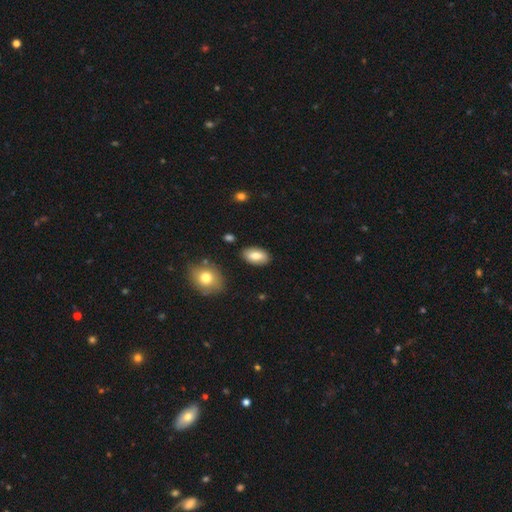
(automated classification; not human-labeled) smooth_or_featured: smooth (p=0.79) [alt: featured or disk p=0.14]
how_rounded: in between (p=0.93) [alt: round p=0.04]
merging: none (p=0.86) [alt: minor disturbance p=0.10]